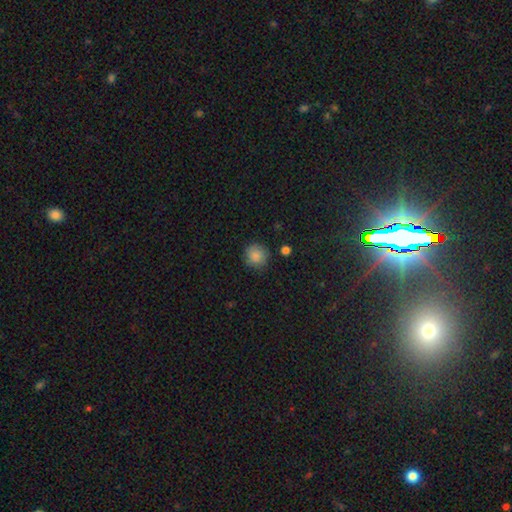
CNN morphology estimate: Smooth or featured?
  - smooth: 86% *
  - star or artifact: 9%
  - featured or disk: 5%
How rounded?
  - round: 92% *
  - in between: 7%
  - cigar-shaped: 1%
Merging?
  - none: 83% *
  - minor disturbance: 12%
  - major disturbance: 3%
  - merger: 2%